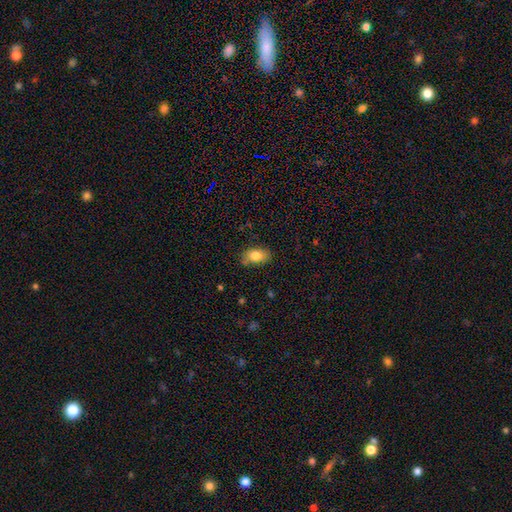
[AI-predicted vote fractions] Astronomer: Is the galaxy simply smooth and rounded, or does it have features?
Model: smooth — 81%.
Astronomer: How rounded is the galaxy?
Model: in between — 89%.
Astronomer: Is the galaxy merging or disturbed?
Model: none — 74%.